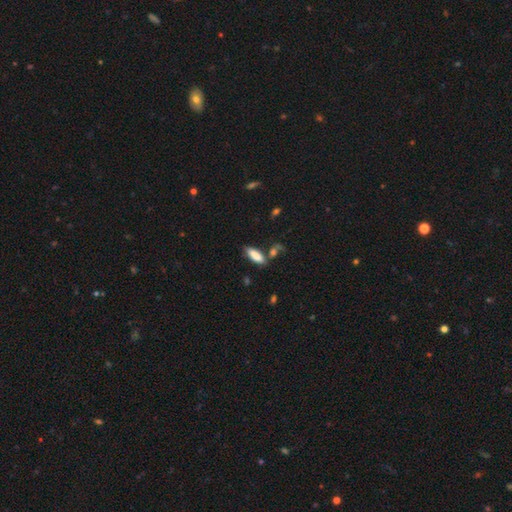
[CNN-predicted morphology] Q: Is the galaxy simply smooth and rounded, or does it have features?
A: smooth — 85%.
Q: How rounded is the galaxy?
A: in between — 63%.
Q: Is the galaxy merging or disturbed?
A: none — 69%.